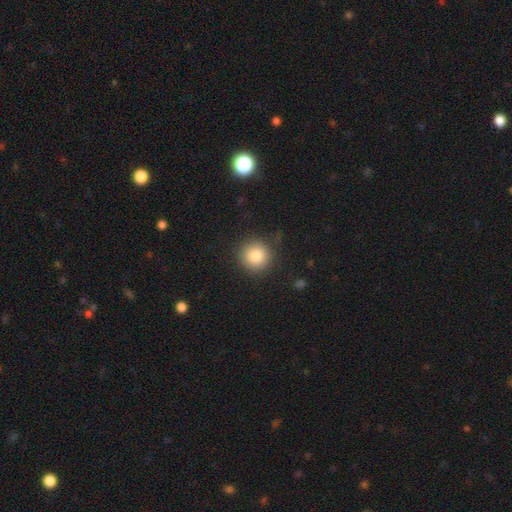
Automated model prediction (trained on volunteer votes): smooth 84%, star or artifact 9%, featured or disk 6%. Down the decision tree: how rounded — round (93%); merging — none (87%).